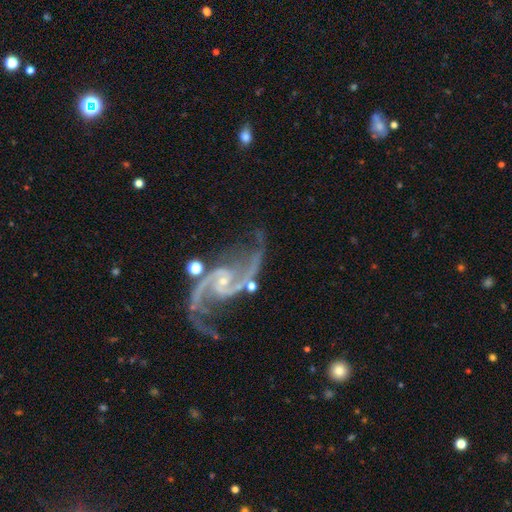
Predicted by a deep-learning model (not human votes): A featured or disk galaxy (93%) with no bar (52%), 2 (90%) loose (47%) spiral arms (98%) and a small central bulge (80%). Merging: none (57%).